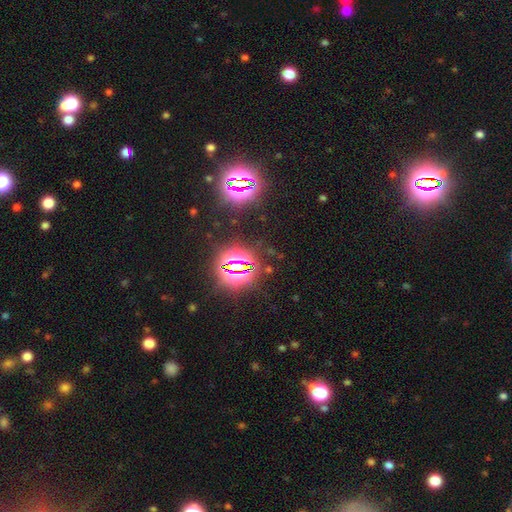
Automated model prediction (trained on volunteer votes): A star or artifact, not a galaxy (74%).

Vote fractions:
- Smooth or featured? star or artifact: 74% / smooth: 18% / featured or disk: 8%